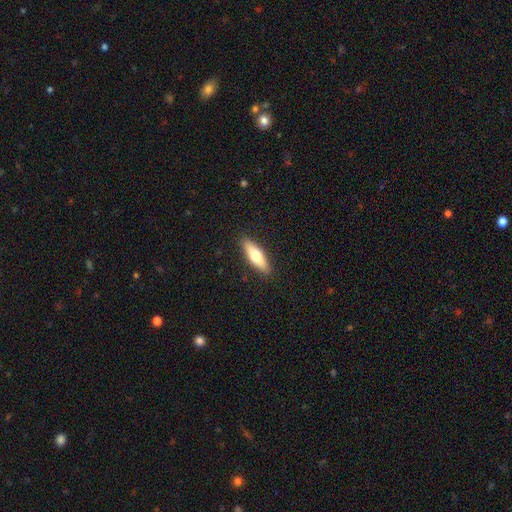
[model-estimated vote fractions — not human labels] A smooth galaxy with no disk features (62%) that is cigar-shaped (57%).

Vote fractions:
- Smooth or featured? smooth: 62% / featured or disk: 32% / star or artifact: 6%
- How rounded? cigar-shaped: 57% / in between: 41% / round: 2%
- Merging? none: 90% / minor disturbance: 8% / major disturbance: 2% / merger: 1%